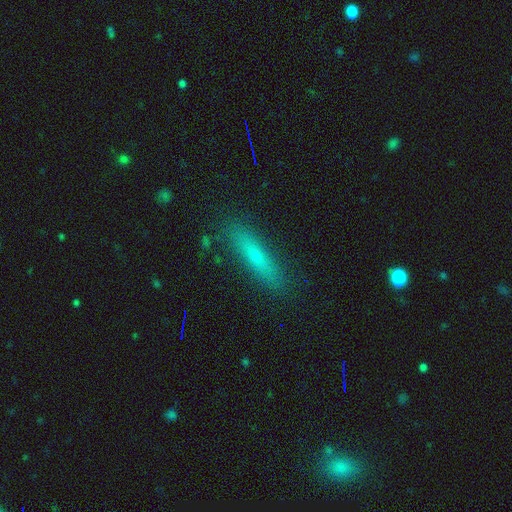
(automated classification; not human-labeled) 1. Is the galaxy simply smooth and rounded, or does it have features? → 62% smooth, 28% featured or disk, 10% star or artifact.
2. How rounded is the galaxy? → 85% cigar-shaped, 13% in between, 2% round.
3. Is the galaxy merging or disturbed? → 87% none, 9% minor disturbance, 2% major disturbance, 2% merger.